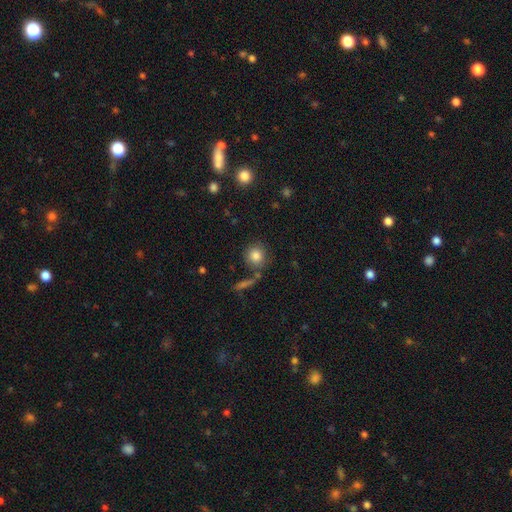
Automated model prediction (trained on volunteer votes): The model was most divided on "merging": none: 75%, minor disturbance: 11%, merger: 9%, major disturbance: 4%. More confident: how rounded — round (88%); smooth or featured — smooth (83%).